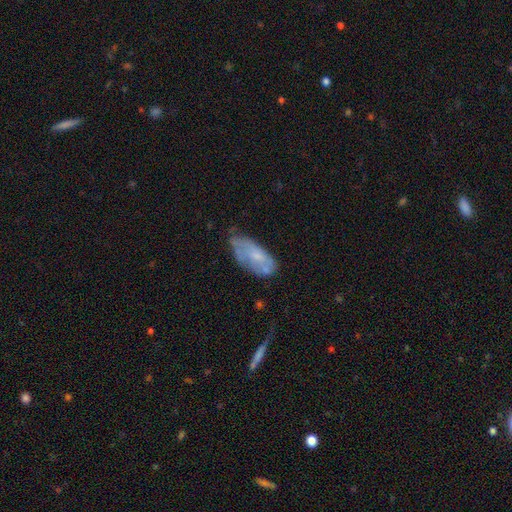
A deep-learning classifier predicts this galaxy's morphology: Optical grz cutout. It shows a smooth galaxy with no disk features (51%) that is in between round and cigar-shaped (84%). Merging: none (50%).